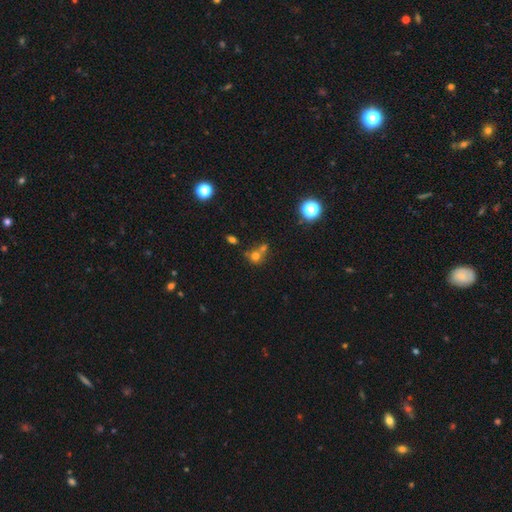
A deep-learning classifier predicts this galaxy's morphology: A smooth galaxy with no disk features (66%) that is round (76%).

Vote fractions:
- Smooth or featured? smooth: 66% / star or artifact: 20% / featured or disk: 14%
- How rounded? round: 76% / in between: 23% / cigar-shaped: 1%
- Merging? merger: 48% / none: 38% / minor disturbance: 10% / major disturbance: 5%